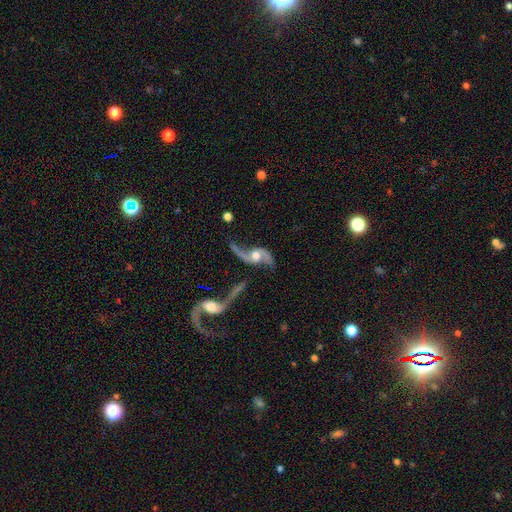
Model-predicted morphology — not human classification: Smooth or featured? Predicted: featured or disk (p=0.90). Edge-on disk? Predicted: no (p=0.95). Bar? Predicted: no (p=0.57). Spiral arms? Predicted: yes (p=0.96). Spiral winding? Predicted: loose (p=0.80). Spiral arm count? Predicted: 2 (p=0.93). Bulge size? Predicted: moderate (p=0.64). Merging? Predicted: none (p=0.51).